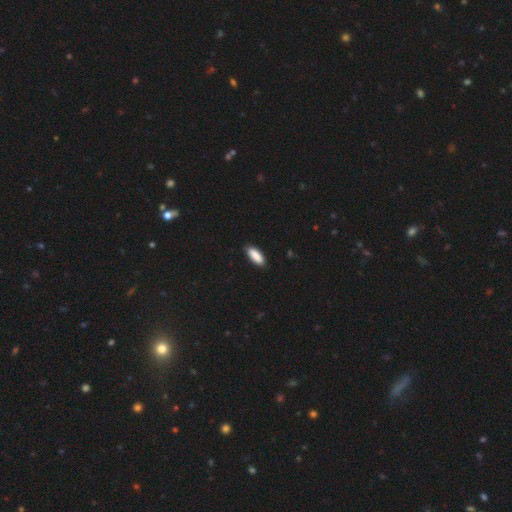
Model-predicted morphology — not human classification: This is clearly a smooth galaxy (89%). How rounded: likely in between (74%). Merging: clearly none (87%).